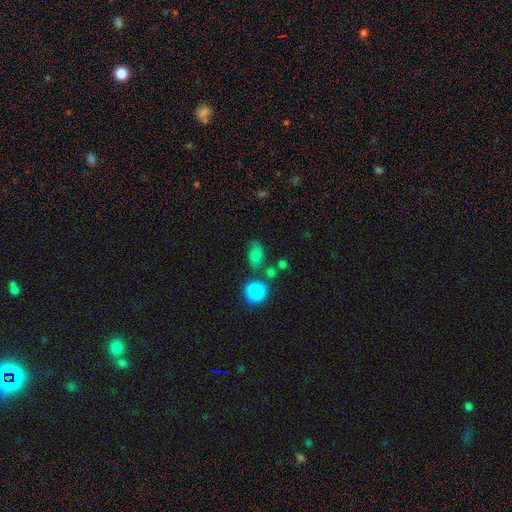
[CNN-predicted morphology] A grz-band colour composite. It shows a smooth galaxy with no disk features (76%) that is in between round and cigar-shaped (73%). Merging: none (59%).